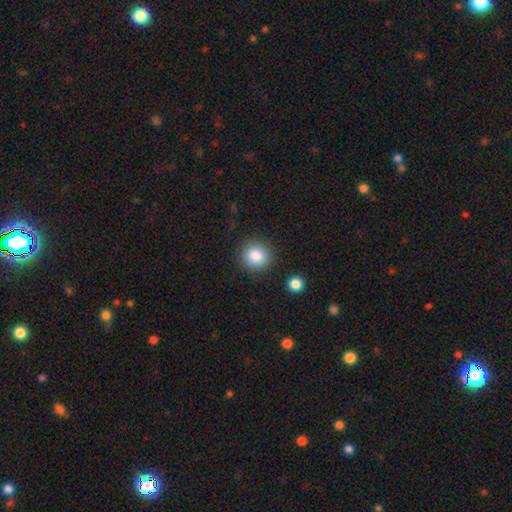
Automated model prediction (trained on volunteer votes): The model was most divided on "smooth or featured": smooth: 85%, star or artifact: 9%, featured or disk: 5%. More confident: how rounded — round (91%); merging — none (87%).